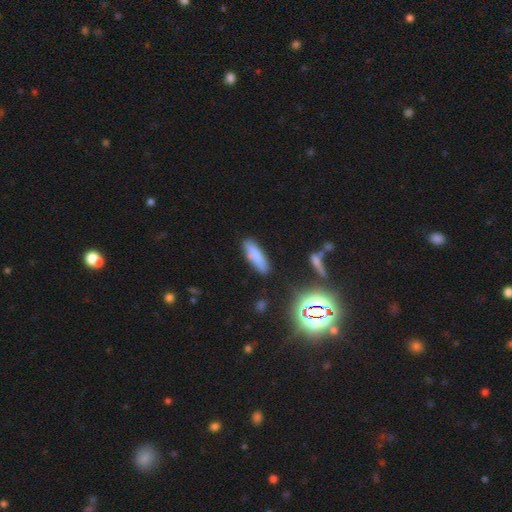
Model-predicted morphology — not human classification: The model was most divided on "how rounded": cigar-shaped: 54%, in between: 44%, round: 2%. More confident: merging — none (83%); smooth or featured — smooth (80%).